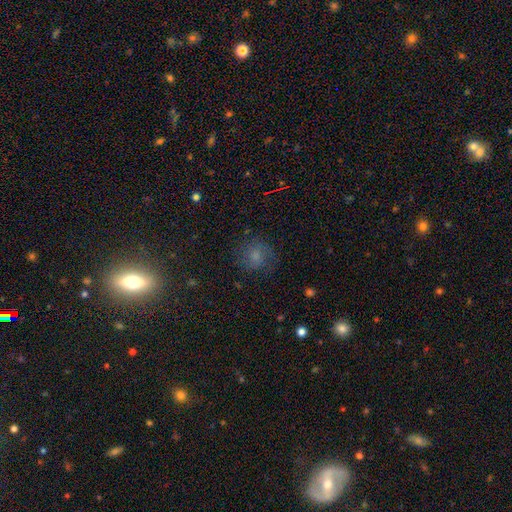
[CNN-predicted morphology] smooth_or_featured: smooth (p=0.64) [alt: featured or disk p=0.20]
how_rounded: round (p=0.83) [alt: in between p=0.16]
merging: none (p=0.71) [alt: minor disturbance p=0.18]